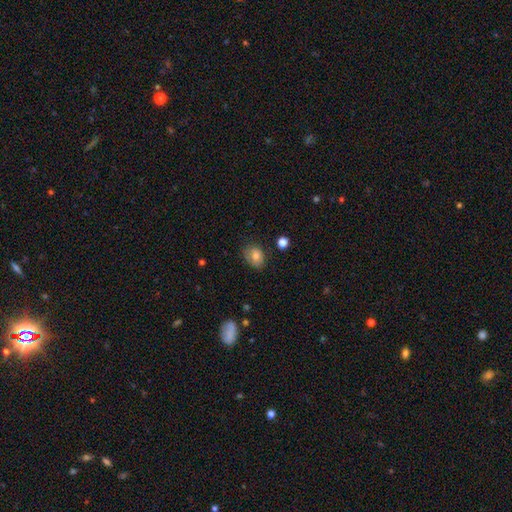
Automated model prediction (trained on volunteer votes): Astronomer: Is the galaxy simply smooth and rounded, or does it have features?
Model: smooth — 76%.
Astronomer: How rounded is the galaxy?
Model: in between — 63%.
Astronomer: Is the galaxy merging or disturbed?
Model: none — 73%.